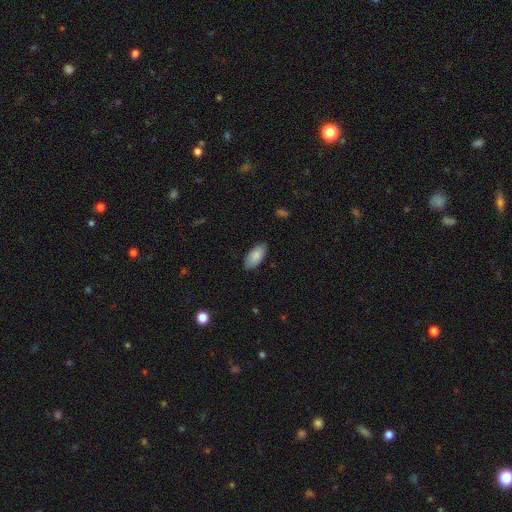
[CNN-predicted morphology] Overall: smooth (87%). How rounded: in between (92%). Merging: none (84%).